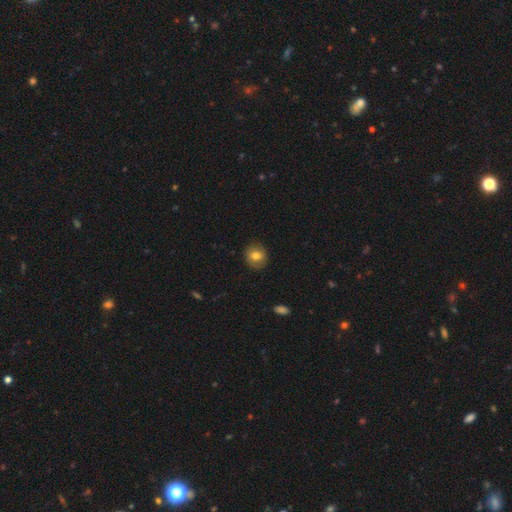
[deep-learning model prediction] This is likely a smooth galaxy (76%). How rounded: likely round (78%). Merging: clearly none (86%).